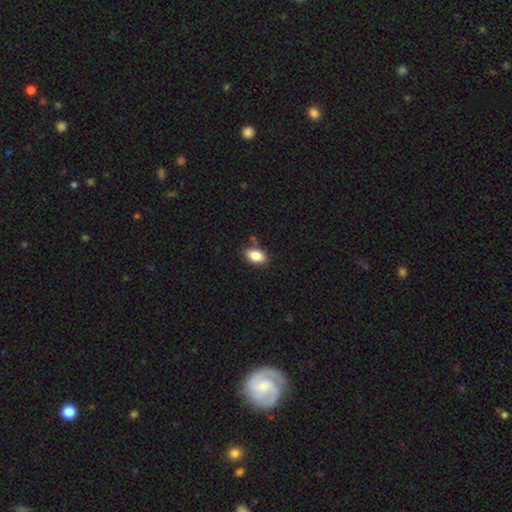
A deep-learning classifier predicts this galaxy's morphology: This is clearly a smooth galaxy (86%). How rounded: clearly in between (90%). Merging: likely none (76%).